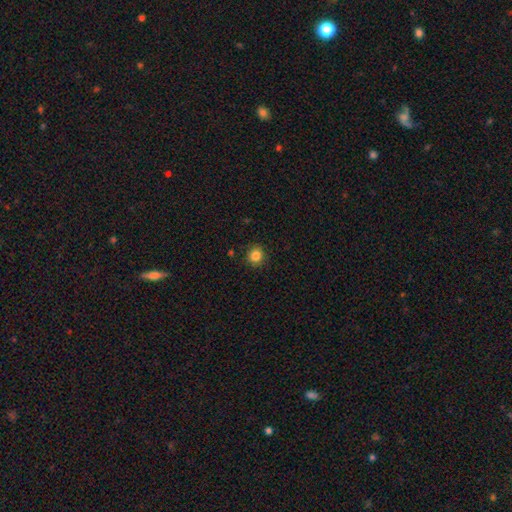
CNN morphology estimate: Smooth or featured? smooth (85%)
How rounded? round (91%)
Merging? none (89%)